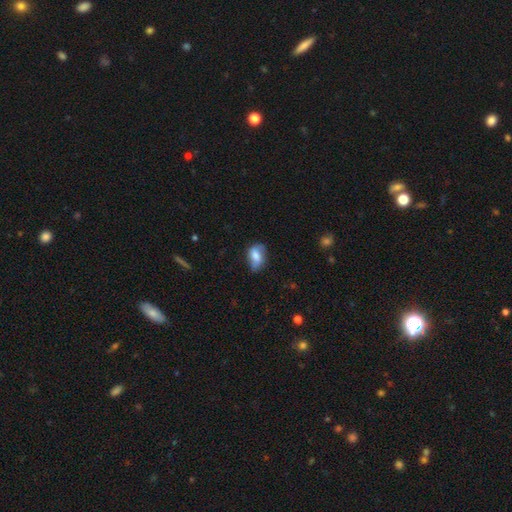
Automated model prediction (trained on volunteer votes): Smooth or featured? Predicted: smooth (p=0.67). How rounded? Predicted: in between (p=0.85). Merging? Predicted: none (p=0.51).